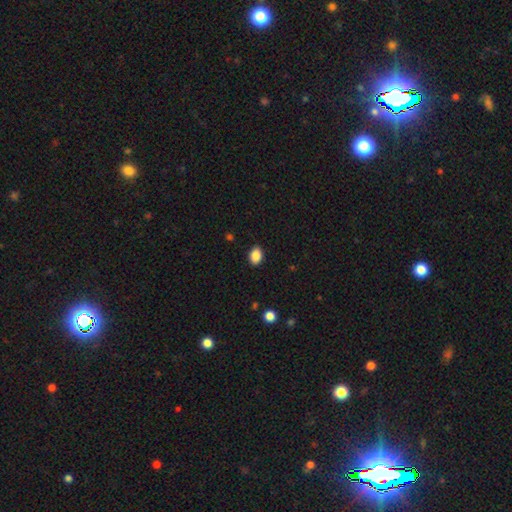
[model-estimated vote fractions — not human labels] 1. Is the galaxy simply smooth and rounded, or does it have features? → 88% smooth, 9% star or artifact, 3% featured or disk.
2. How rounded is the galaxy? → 75% in between, 24% round, 1% cigar-shaped.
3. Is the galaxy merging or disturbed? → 88% none, 9% minor disturbance, 2% major disturbance, 1% merger.